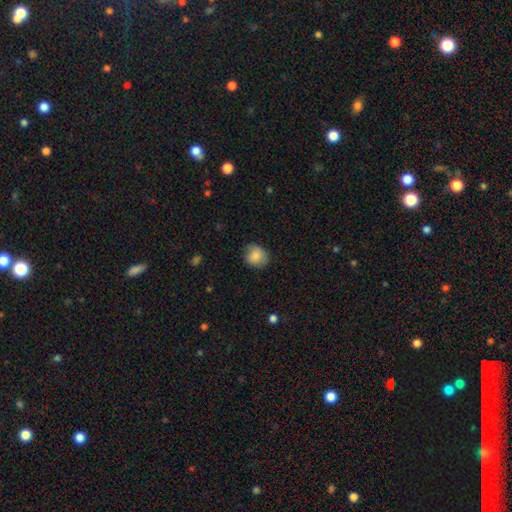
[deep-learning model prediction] A smooth galaxy with no disk features (85%) that is round (70%). Merging: none (72%).